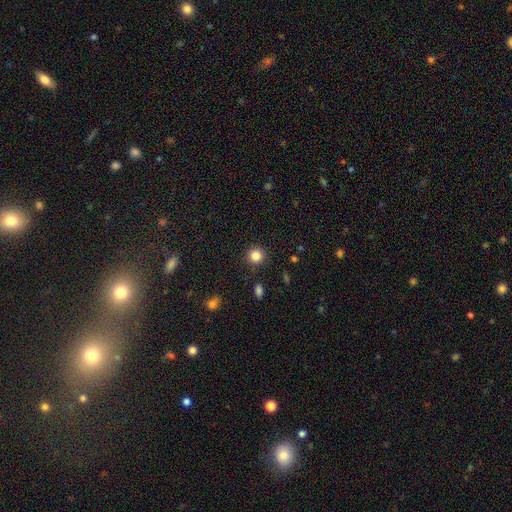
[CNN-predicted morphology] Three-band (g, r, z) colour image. It shows a smooth galaxy with no disk features (84%) that is round (93%). Merging: none (90%).